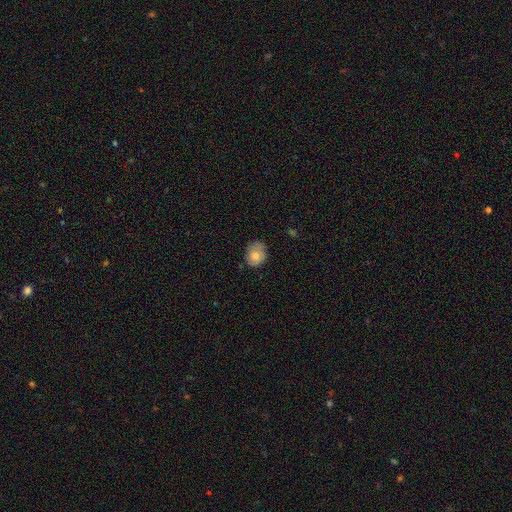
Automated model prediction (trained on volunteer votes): This is likely a smooth galaxy (75%). How rounded: possibly round (55%). Merging: likely none (62%).